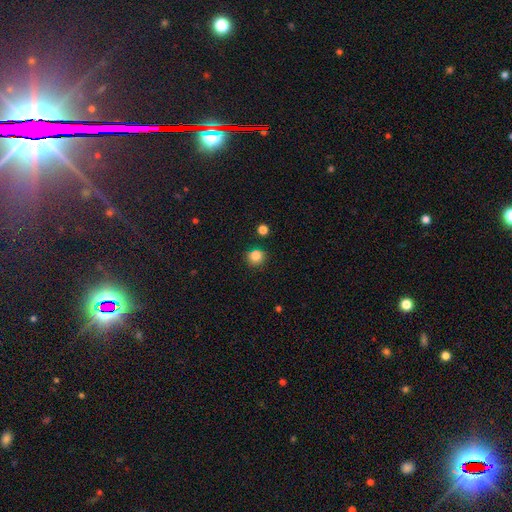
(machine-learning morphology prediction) Q: Smooth or featured?
A: smooth (83%); runner-up: star or artifact (12%)
Q: How rounded?
A: round (92%); runner-up: in between (7%)
Q: Merging?
A: none (85%); runner-up: minor disturbance (10%)